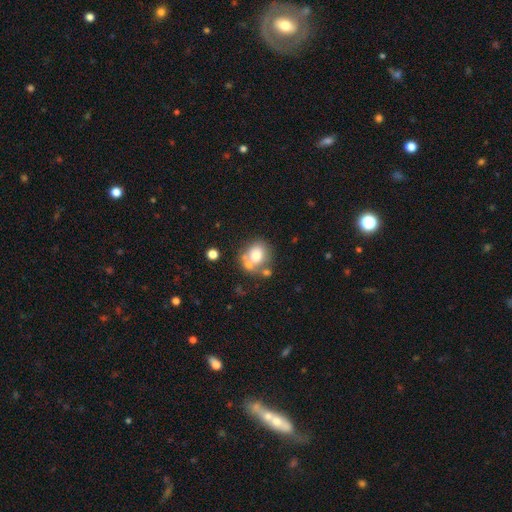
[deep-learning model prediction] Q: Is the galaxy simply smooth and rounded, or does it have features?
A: smooth — 70%.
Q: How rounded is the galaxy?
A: round — 68%.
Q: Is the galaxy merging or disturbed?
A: none — 47%.